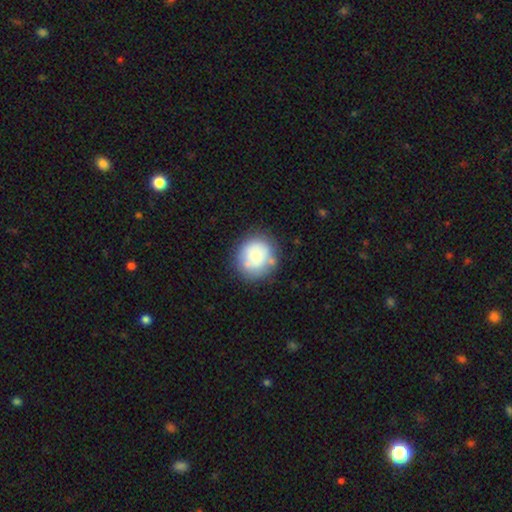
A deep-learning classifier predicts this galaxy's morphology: The model was most divided on "merging": none: 67%, minor disturbance: 18%, merger: 9%, major disturbance: 6%. More confident: how rounded — round (86%); smooth or featured — smooth (73%).